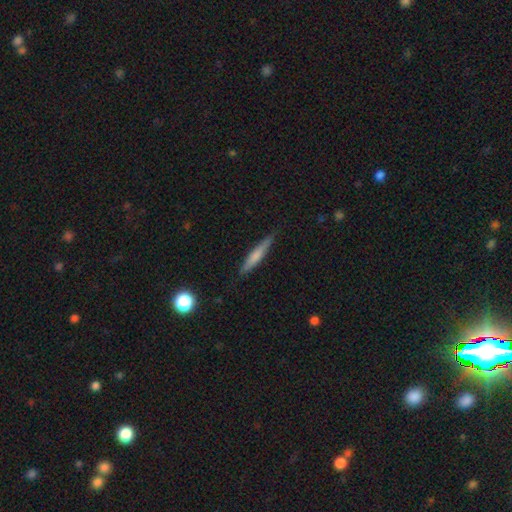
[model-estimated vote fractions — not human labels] Smooth or featured? smooth (63%)
How rounded? cigar-shaped (93%)
Merging? none (86%)